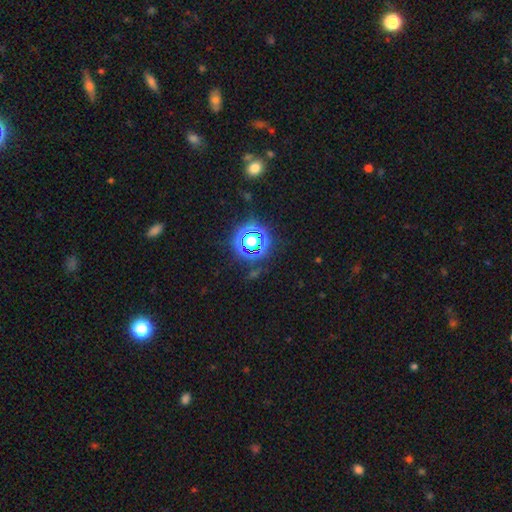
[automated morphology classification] type=star or artifact (71%).